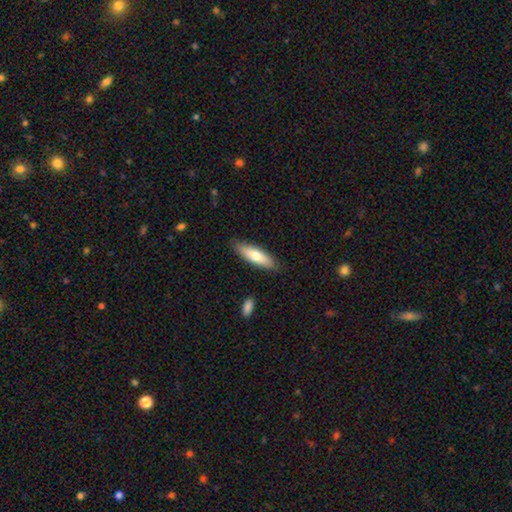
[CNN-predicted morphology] Smooth or featured?
  - smooth: 71% *
  - featured or disk: 23%
  - star or artifact: 6%
How rounded?
  - cigar-shaped: 57% *
  - in between: 41%
  - round: 2%
Merging?
  - none: 86% *
  - minor disturbance: 10%
  - major disturbance: 2%
  - merger: 2%